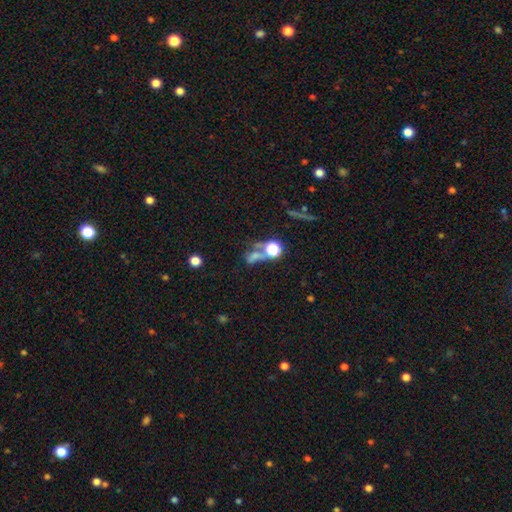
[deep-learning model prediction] smooth 47%, star or artifact 34%, featured or disk 19%. Down the decision tree: merging — merger (36%).